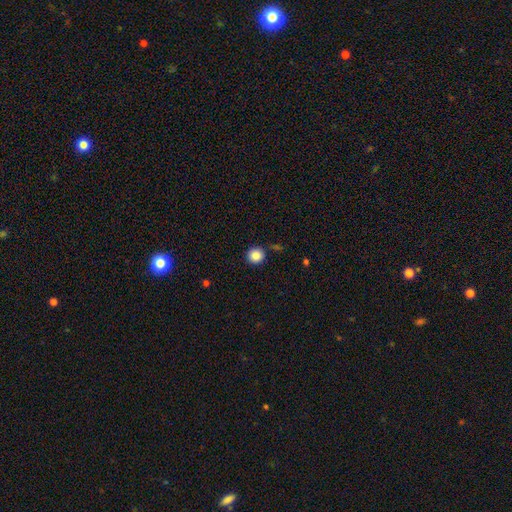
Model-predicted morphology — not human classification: smooth 87%, star or artifact 10%, featured or disk 3%. Down the decision tree: how rounded — round (92%); merging — none (86%).